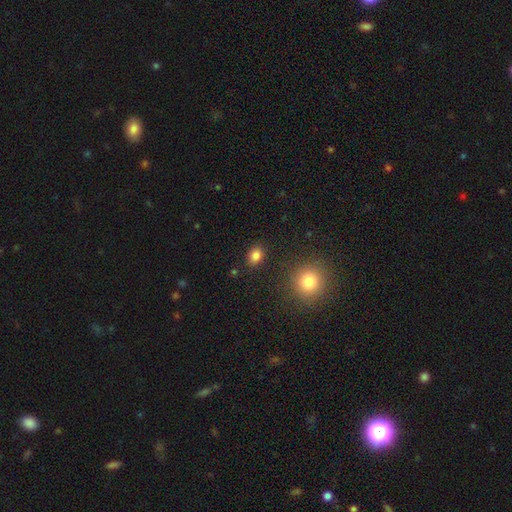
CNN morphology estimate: Smooth or featured? smooth (83%)
How rounded? in between (60%)
Merging? none (86%)